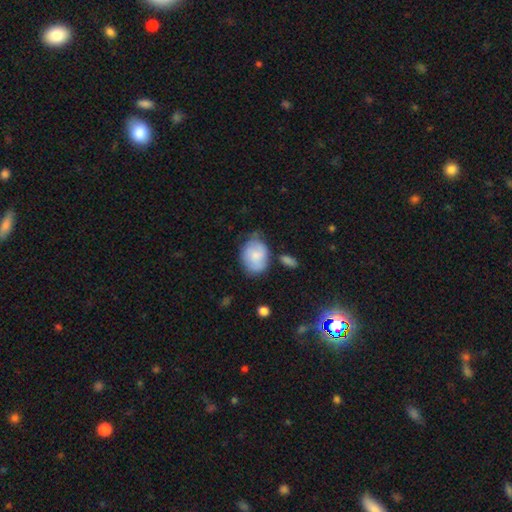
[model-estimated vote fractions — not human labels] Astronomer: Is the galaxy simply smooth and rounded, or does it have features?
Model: smooth — 76%.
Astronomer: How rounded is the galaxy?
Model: in between — 63%.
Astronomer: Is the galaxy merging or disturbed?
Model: none — 51% (runner-up: minor disturbance, 30%).